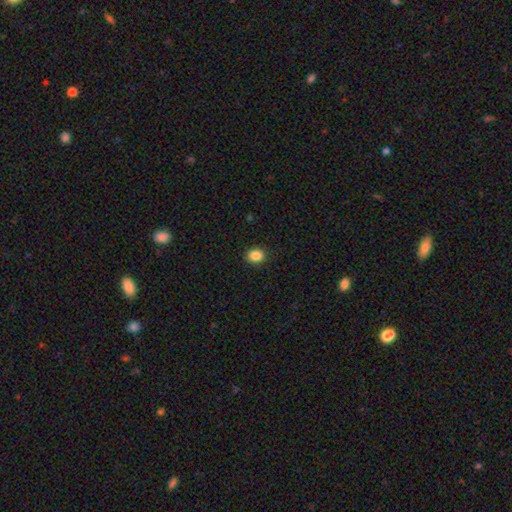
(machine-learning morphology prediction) smooth 87%, star or artifact 9%, featured or disk 3%. Down the decision tree: how rounded — round (54%); merging — none (91%).